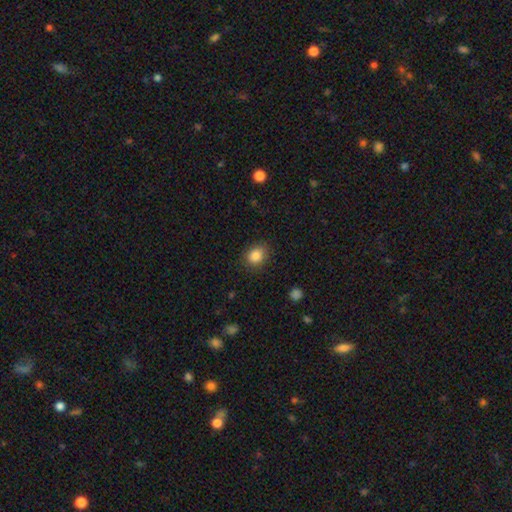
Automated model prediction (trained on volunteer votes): Smooth or featured?
  - smooth: 85% *
  - star or artifact: 9%
  - featured or disk: 5%
How rounded?
  - round: 60% *
  - in between: 39%
  - cigar-shaped: 1%
Merging?
  - none: 82% *
  - minor disturbance: 13%
  - major disturbance: 4%
  - merger: 1%